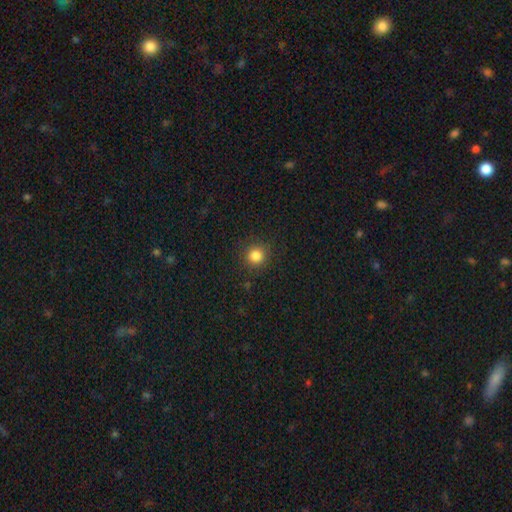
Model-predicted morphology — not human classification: This is clearly a smooth galaxy (84%). How rounded: clearly round (92%). Merging: clearly none (89%).